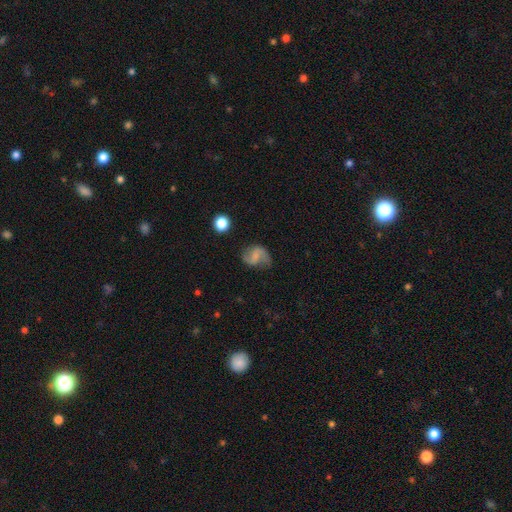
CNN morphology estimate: A featured or disk galaxy (64%) with a weak bar (47%), 2 (81%) loose (58%) spiral arms (90%) and no central bulge (44%). Merging: none (59%).